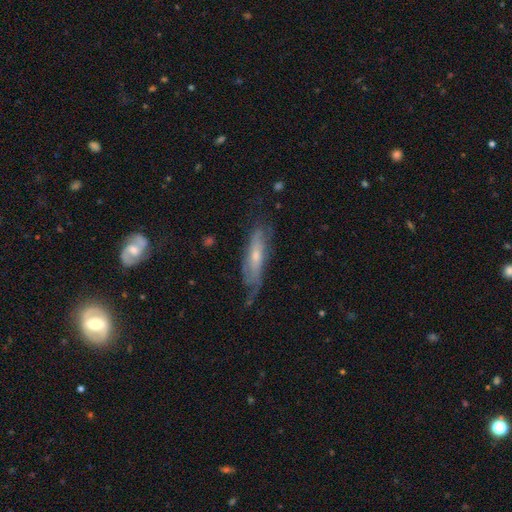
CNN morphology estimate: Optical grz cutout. It shows a featured or disk galaxy (66%). Merging: none (57%).